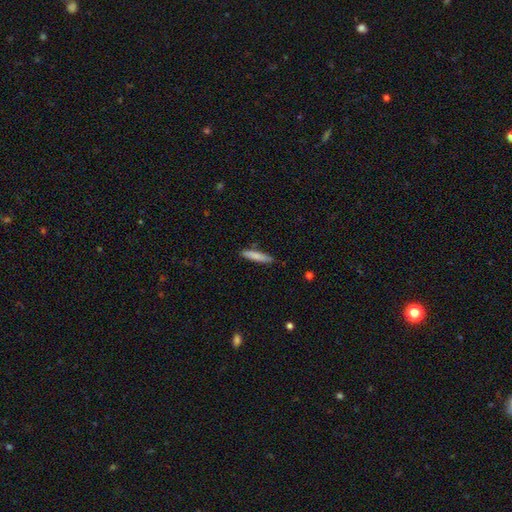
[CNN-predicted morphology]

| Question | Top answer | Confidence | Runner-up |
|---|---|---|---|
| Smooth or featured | smooth | 79% | featured or disk (15%) |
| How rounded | cigar-shaped | 88% | in between (11%) |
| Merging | none | 86% | minor disturbance (11%) |